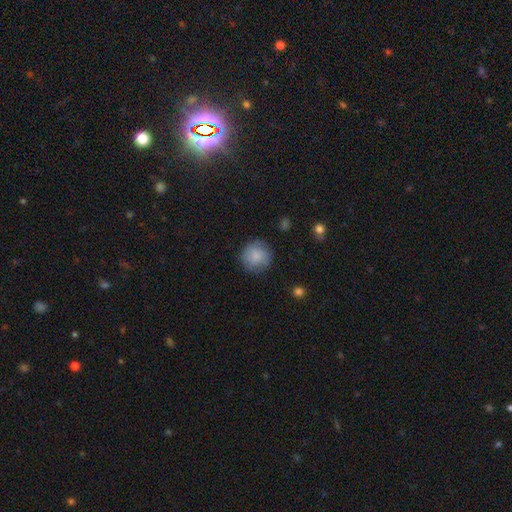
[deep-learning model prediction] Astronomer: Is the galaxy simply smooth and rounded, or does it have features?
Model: smooth — 83%.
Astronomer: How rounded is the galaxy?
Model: round — 91%.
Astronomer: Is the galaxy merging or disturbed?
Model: none — 81%.